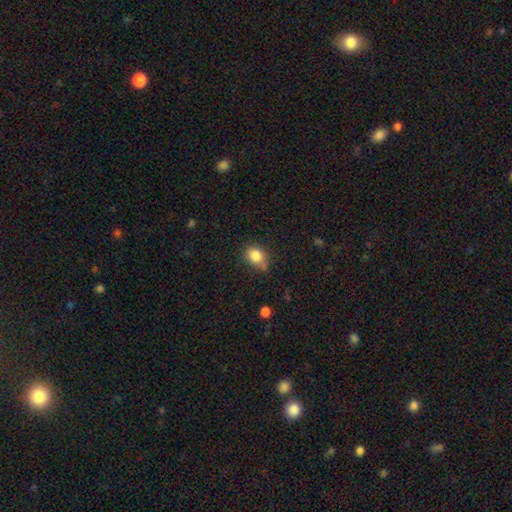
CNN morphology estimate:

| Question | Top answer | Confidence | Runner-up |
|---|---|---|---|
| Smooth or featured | smooth | 83% | star or artifact (10%) |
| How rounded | round | 51% | in between (48%) |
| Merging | none | 62% | minor disturbance (24%) |